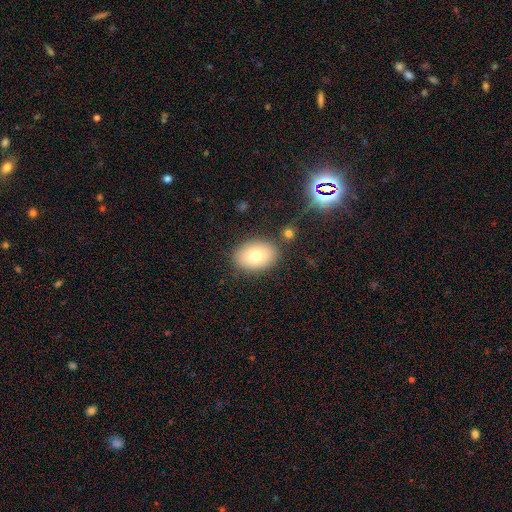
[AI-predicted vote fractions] Smooth or featured? smooth (78%)
How rounded? in between (82%)
Merging? none (83%)